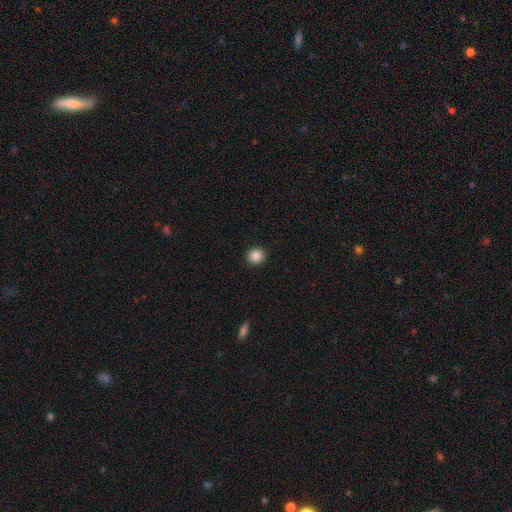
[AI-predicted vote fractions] Smooth or featured: smooth — 86% (star or artifact — 10%)
How rounded: round — 91% (in between — 8%)
Merging: none — 93% (minor disturbance — 5%)